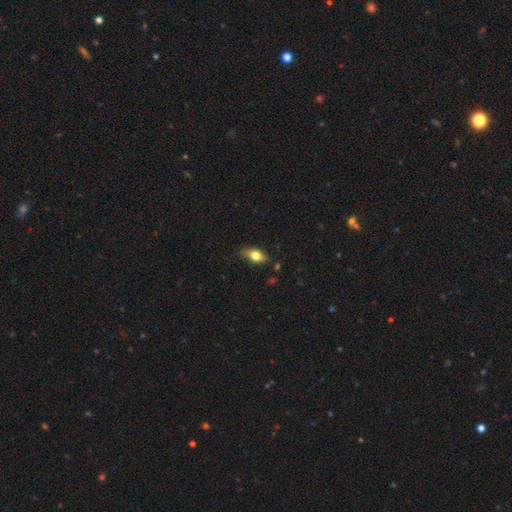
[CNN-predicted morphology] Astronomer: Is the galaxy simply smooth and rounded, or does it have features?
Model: smooth — 67%.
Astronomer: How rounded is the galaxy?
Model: in between — 79%.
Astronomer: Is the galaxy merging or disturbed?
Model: none — 72%.